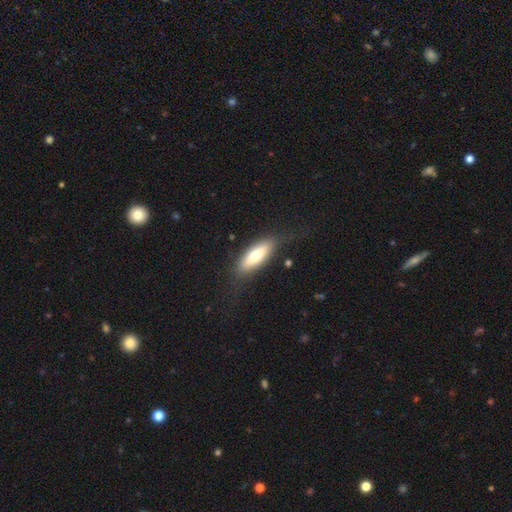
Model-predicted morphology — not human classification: Smooth or featured: smooth — 71% (featured or disk — 23%)
How rounded: in between — 63% (cigar-shaped — 36%)
Merging: none — 76% (minor disturbance — 16%)